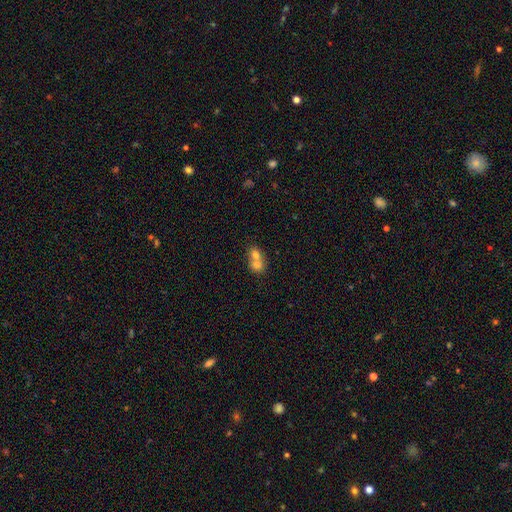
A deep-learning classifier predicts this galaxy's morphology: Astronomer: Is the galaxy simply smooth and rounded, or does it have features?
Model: smooth — 71%.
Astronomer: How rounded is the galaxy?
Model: round — 61% (runner-up: in between, 38%).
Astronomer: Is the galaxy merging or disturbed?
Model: merger — 74%.